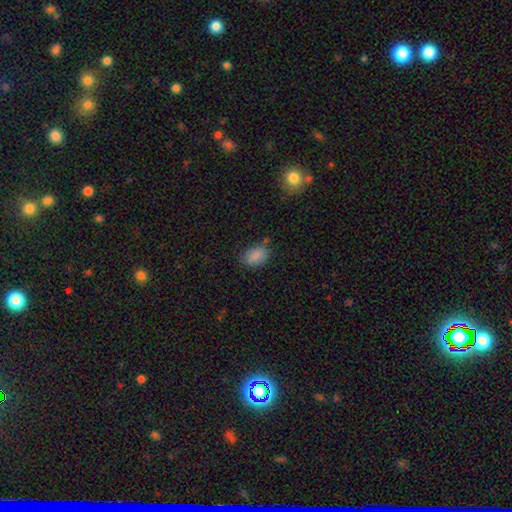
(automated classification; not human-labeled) smooth_or_featured: smooth (p=0.86) [alt: star or artifact p=0.09]
how_rounded: in between (p=0.85) [alt: round p=0.13]
merging: none (p=0.74) [alt: minor disturbance p=0.18]